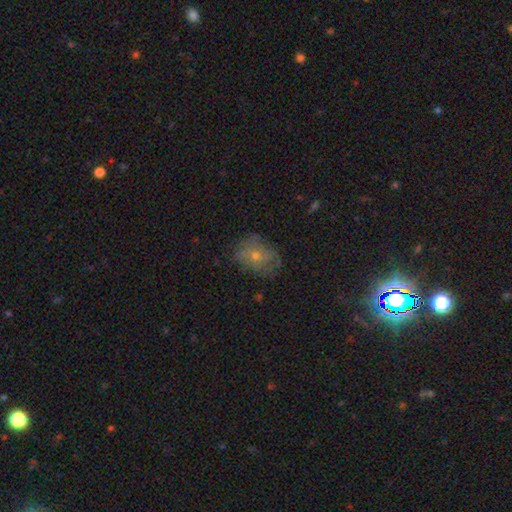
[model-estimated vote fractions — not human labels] Smooth or featured? smooth (52%)
How rounded? in between (62%)
Merging? none (64%)